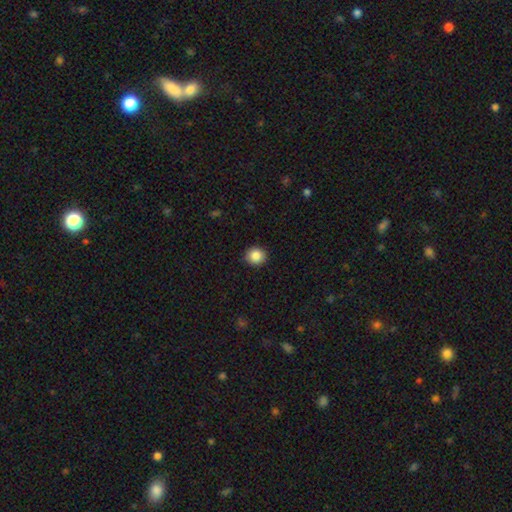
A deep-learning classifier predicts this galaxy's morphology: The model was most divided on "smooth or featured": smooth: 86%, star or artifact: 9%, featured or disk: 4%. More confident: merging — none (90%); how rounded — round (89%).